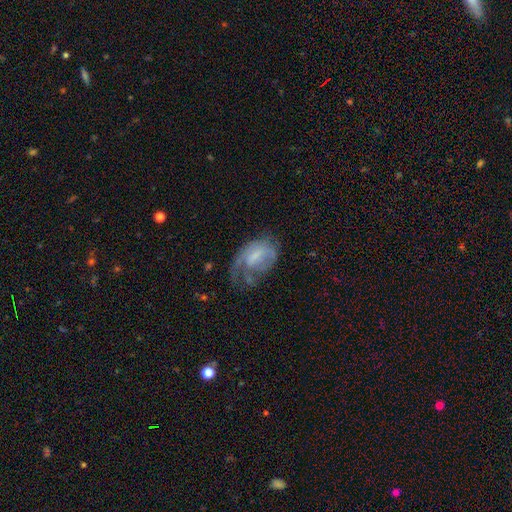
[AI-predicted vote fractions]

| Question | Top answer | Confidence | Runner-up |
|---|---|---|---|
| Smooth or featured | featured or disk | 56% | smooth (35%) |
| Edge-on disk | no | 96% | yes (4%) |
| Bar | no | 44% | tied: weak (44%) |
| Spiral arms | yes | 61% | no (39%) |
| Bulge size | none | 35% | small (33%) |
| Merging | major disturbance | 43% | none (27%) |